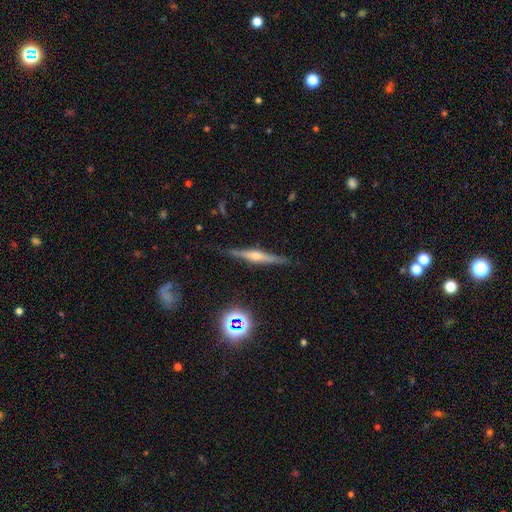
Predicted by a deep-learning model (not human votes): Morphology: type=featured or disk (74%); edge-on=yes (97%); edge-on bulge=rounded (84%); merging=none (88%).